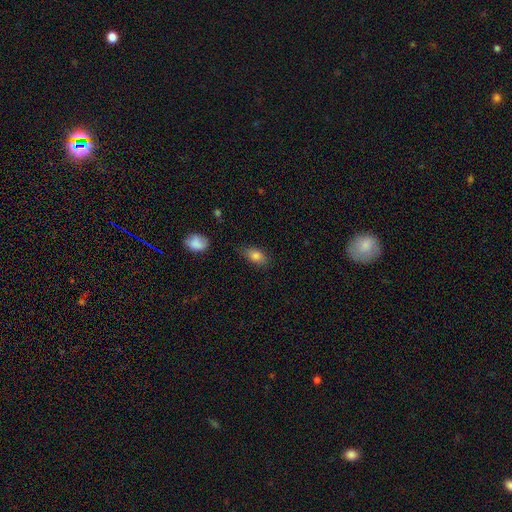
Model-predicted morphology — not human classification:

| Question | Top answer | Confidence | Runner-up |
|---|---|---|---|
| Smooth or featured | smooth | 82% | featured or disk (9%) |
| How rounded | in between | 87% | round (9%) |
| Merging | none | 75% | minor disturbance (19%) |